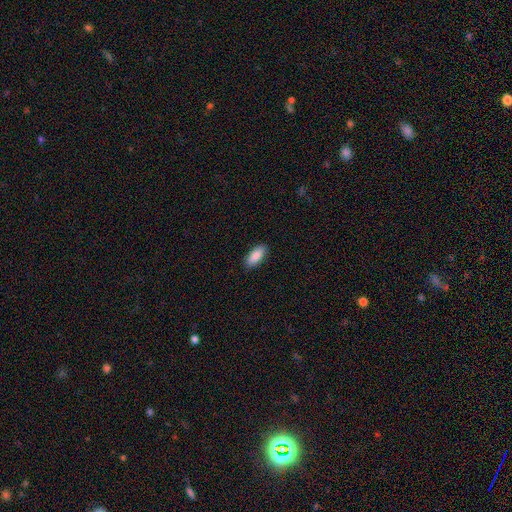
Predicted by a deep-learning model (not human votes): Overall: smooth (89%). How rounded: in between (84%). Merging: none (89%).